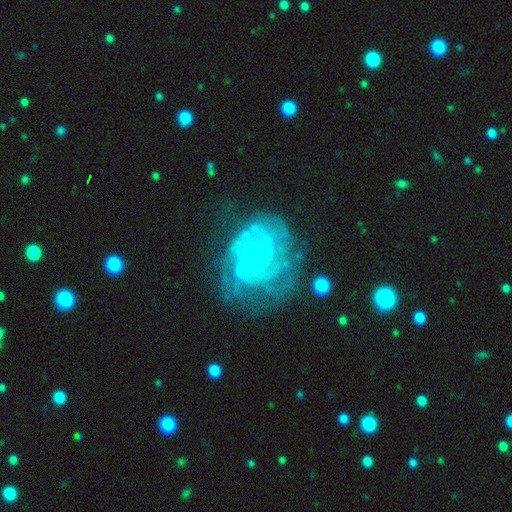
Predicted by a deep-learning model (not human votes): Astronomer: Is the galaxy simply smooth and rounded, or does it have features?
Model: featured or disk — 82%.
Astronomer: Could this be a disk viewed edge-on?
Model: no — 98%.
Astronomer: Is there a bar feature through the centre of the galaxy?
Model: no — 72%.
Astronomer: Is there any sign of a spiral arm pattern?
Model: yes — 89%.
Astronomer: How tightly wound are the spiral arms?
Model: tight — 69%.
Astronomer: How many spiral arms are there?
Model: can't tell — 41% (runner-up: 2, 20%).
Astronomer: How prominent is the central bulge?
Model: small — 71%.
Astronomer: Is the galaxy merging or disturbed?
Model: none — 55%.